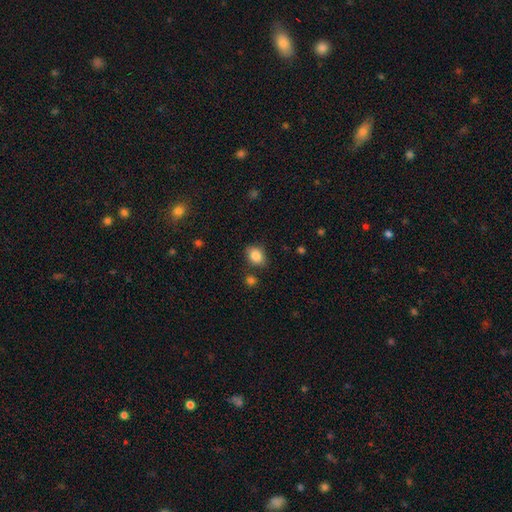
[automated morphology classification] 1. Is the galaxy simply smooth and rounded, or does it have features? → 86% smooth, 9% star or artifact, 5% featured or disk.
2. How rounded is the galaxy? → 58% in between, 41% round, 1% cigar-shaped.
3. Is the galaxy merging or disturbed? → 78% none, 13% minor disturbance, 5% merger, 3% major disturbance.